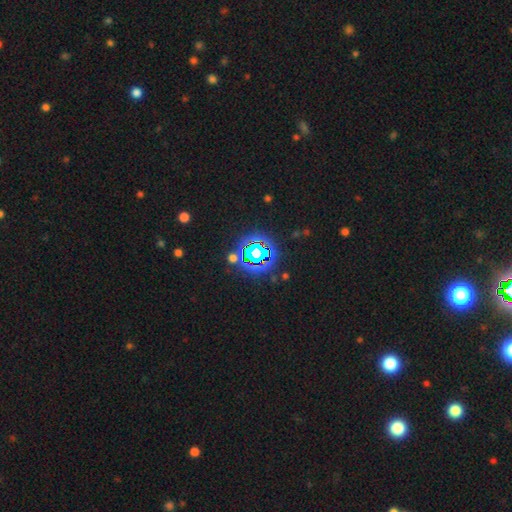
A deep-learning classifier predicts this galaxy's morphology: Smooth or featured?
  - star or artifact: 79% *
  - smooth: 12%
  - featured or disk: 8%